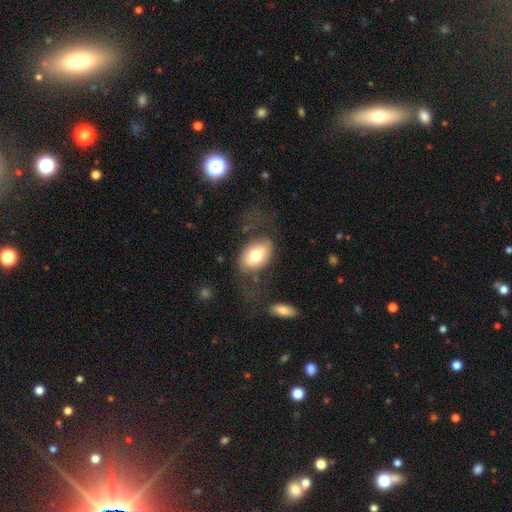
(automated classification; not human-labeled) Smooth or featured? Predicted: smooth (p=0.69). How rounded? Predicted: in between (p=0.86). Merging? Predicted: none (p=0.57).